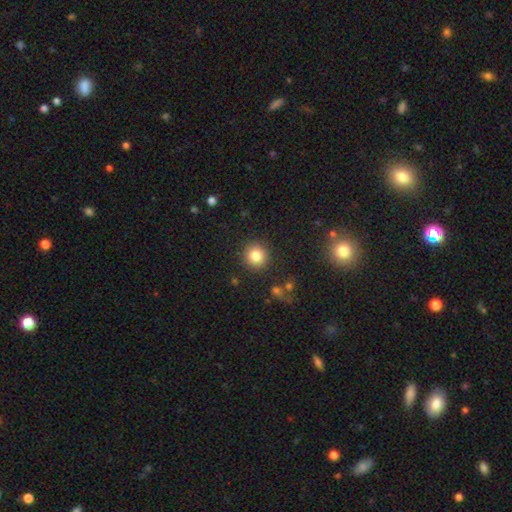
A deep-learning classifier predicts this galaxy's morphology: smooth 82%, star or artifact 11%, featured or disk 7%. Down the decision tree: how rounded — round (92%); merging — none (89%).